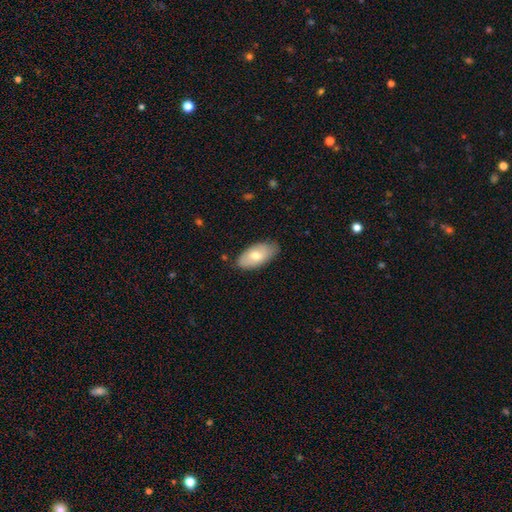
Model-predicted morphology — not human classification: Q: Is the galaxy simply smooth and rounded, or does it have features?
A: smooth — 68%.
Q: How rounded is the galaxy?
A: in between — 94%.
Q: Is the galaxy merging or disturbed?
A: none — 77%.